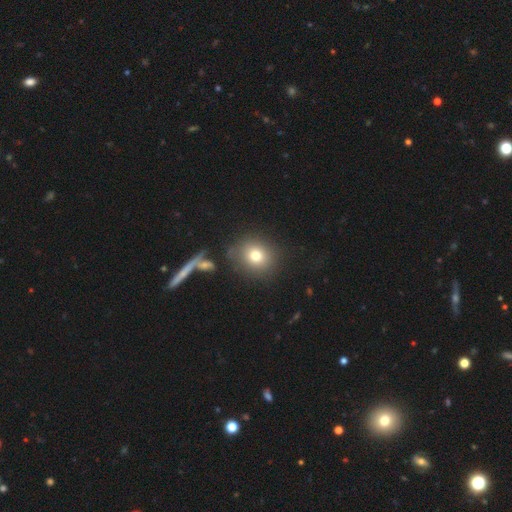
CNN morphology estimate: The model was most divided on "smooth or featured": smooth: 76%, star or artifact: 13%, featured or disk: 11%. More confident: how rounded — round (83%); merging — none (80%).